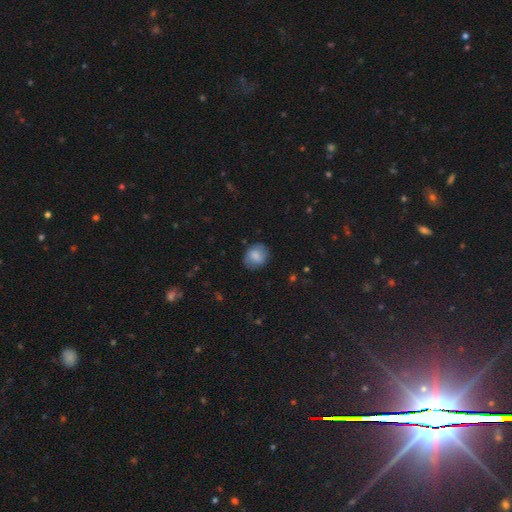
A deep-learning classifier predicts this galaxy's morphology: Smooth or featured? Predicted: smooth (p=0.76). How rounded? Predicted: round (p=0.64). Merging? Predicted: none (p=0.78).